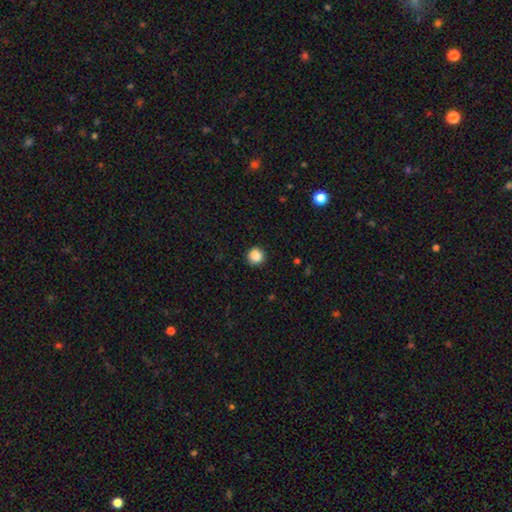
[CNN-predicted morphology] This is clearly a smooth galaxy (87%). How rounded: clearly round (91%). Merging: clearly none (88%).